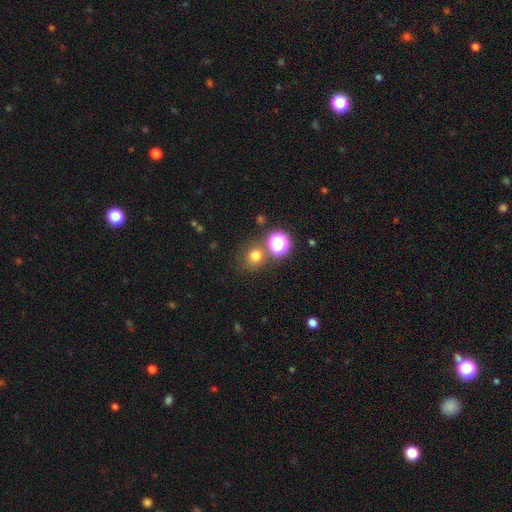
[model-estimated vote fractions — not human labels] smooth 72%, star or artifact 21%, featured or disk 7%. Down the decision tree: how rounded — round (88%); merging — none (75%).